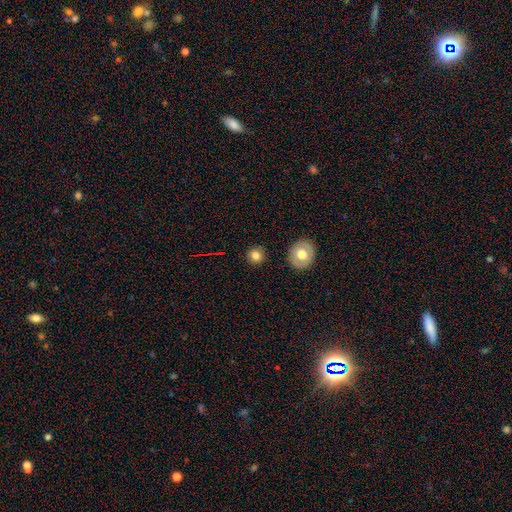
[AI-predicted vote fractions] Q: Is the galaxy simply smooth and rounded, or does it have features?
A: smooth — 78%.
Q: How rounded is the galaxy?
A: round — 90%.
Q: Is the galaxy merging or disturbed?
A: none — 89%.